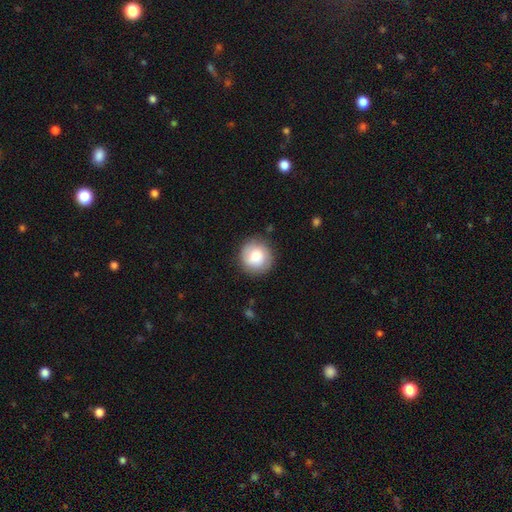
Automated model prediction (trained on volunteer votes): This is likely a smooth galaxy (74%). How rounded: clearly round (92%). Merging: clearly none (85%).